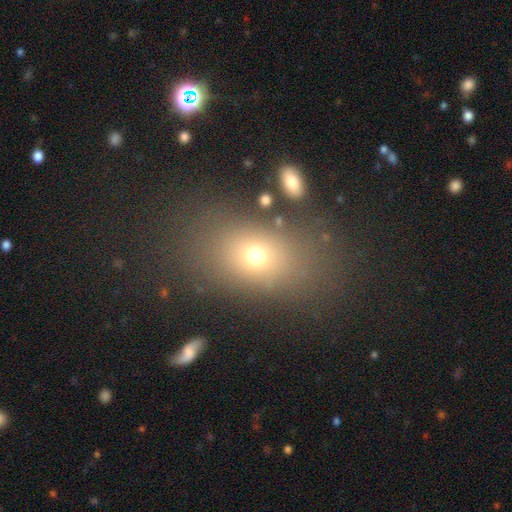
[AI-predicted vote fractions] Smooth or featured?
  - smooth: 67% *
  - star or artifact: 18%
  - featured or disk: 15%
How rounded?
  - in between: 72% *
  - round: 26%
  - cigar-shaped: 2%
Merging?
  - none: 76% *
  - minor disturbance: 12%
  - major disturbance: 7%
  - merger: 4%